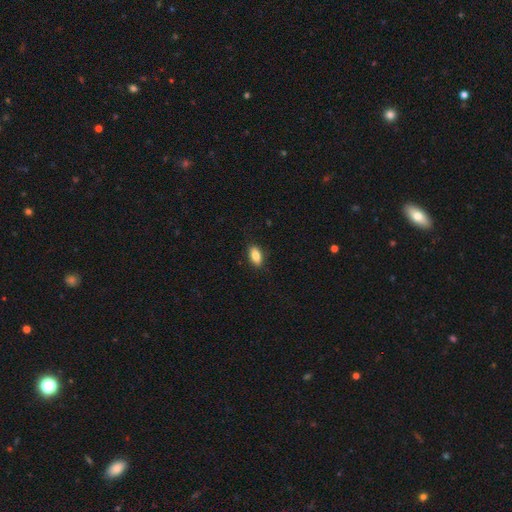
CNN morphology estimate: smooth 82%, featured or disk 10%, star or artifact 7%. Down the decision tree: how rounded — in between (88%); merging — none (86%).